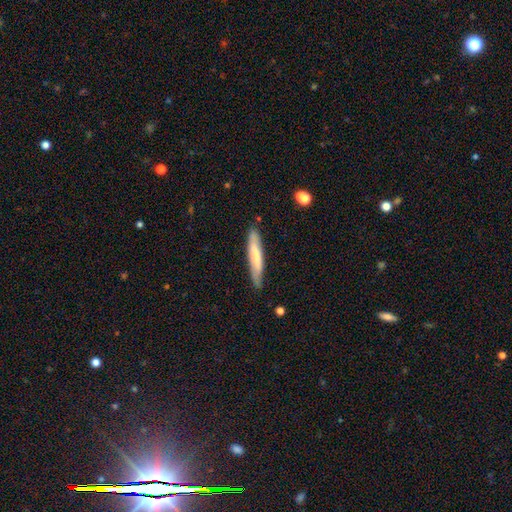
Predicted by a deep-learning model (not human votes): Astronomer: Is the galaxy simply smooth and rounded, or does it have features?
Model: smooth — 60%.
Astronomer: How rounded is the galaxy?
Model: cigar-shaped — 90%.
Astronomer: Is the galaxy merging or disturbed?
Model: none — 84%.